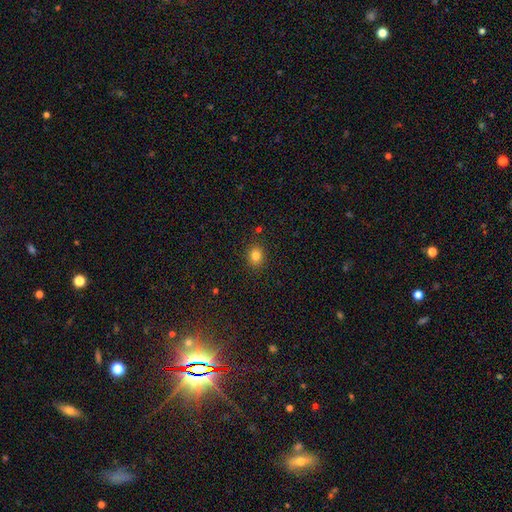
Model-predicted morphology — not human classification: Smooth or featured: smooth — 82% (star or artifact — 13%)
How rounded: round — 67% (in between — 32%)
Merging: none — 88% (minor disturbance — 8%)